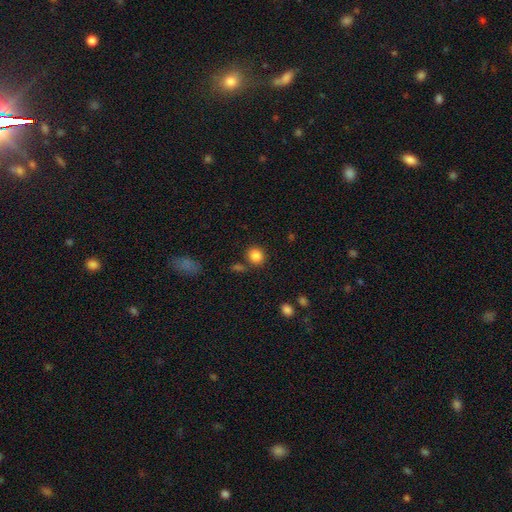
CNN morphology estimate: Smooth or featured? Predicted: smooth (p=0.85). How rounded? Predicted: round (p=0.78). Merging? Predicted: none (p=0.80).